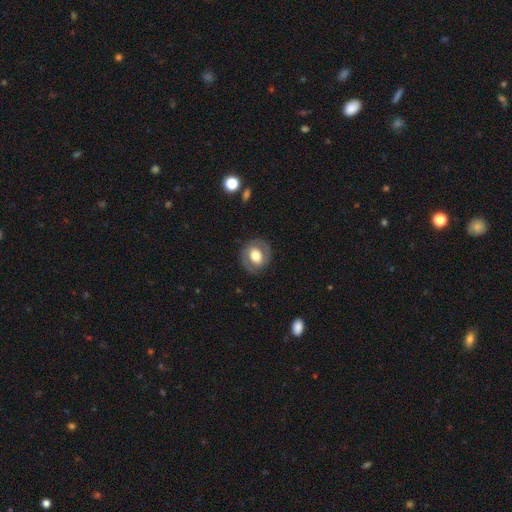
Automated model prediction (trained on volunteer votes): Q: Smooth or featured?
A: smooth (57%); runner-up: featured or disk (36%)
Q: How rounded?
A: round (66%); runner-up: in between (33%)
Q: Merging?
A: none (83%); runner-up: minor disturbance (11%)